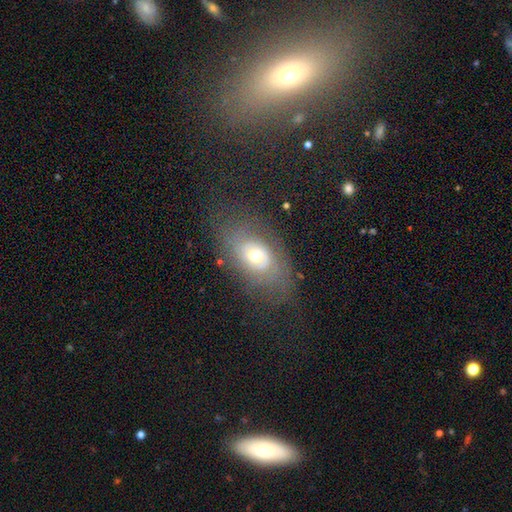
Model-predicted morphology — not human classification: Smooth or featured? featured or disk (52%)
Edge-on disk? no (91%)
Merging? none (63%)